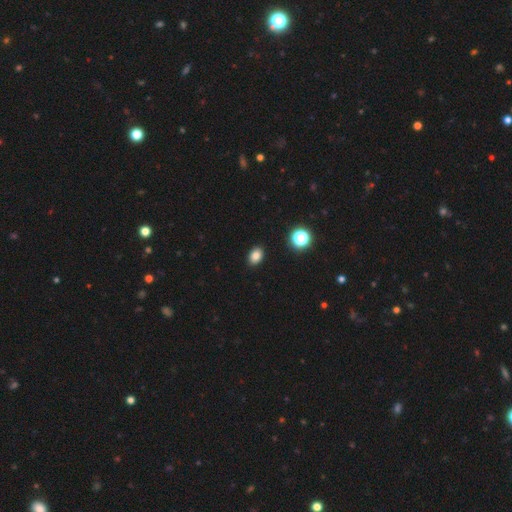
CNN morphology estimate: The model was most divided on "how rounded": in between: 77%, round: 22%, cigar-shaped: 1%. More confident: merging — none (90%); smooth or featured — smooth (82%).